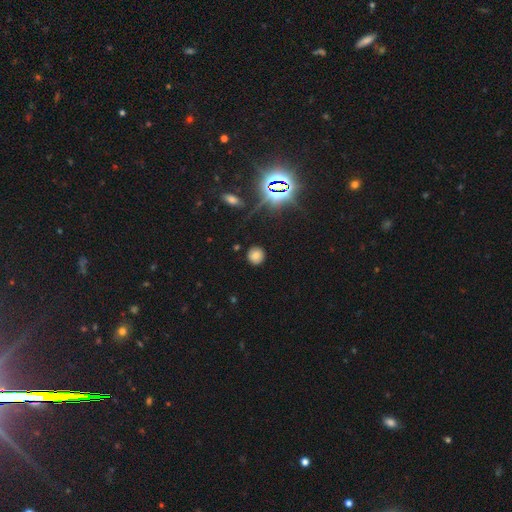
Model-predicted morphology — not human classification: A smooth galaxy with no disk features (71%) that is round (91%). Merging: none (88%).